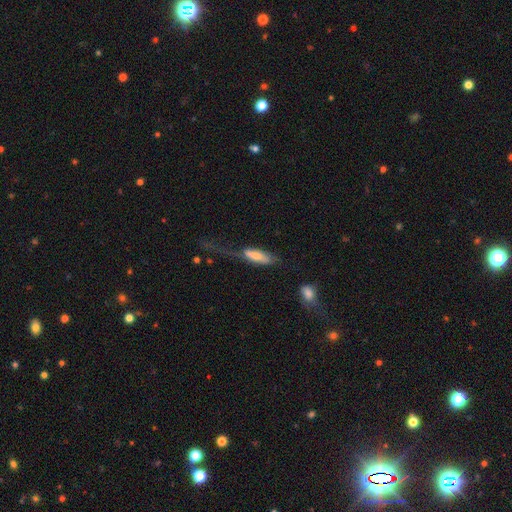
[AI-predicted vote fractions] This is possibly a smooth galaxy (59%). How rounded: possibly in between (58%). Merging: possibly major disturbance (52%).